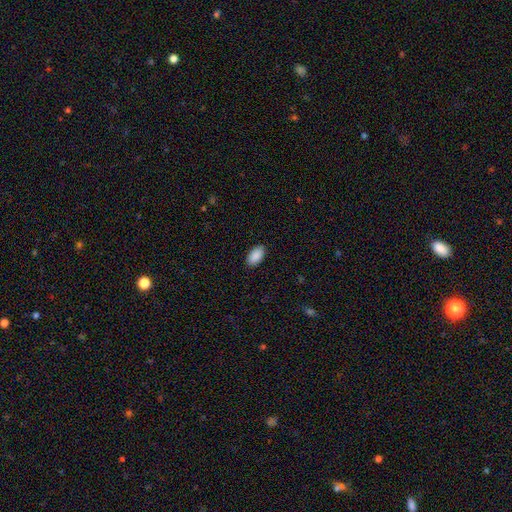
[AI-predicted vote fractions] Smooth or featured?
  - smooth: 90% *
  - star or artifact: 7%
  - featured or disk: 3%
How rounded?
  - in between: 95% *
  - round: 3%
  - cigar-shaped: 2%
Merging?
  - none: 88% *
  - minor disturbance: 9%
  - major disturbance: 2%
  - merger: 1%